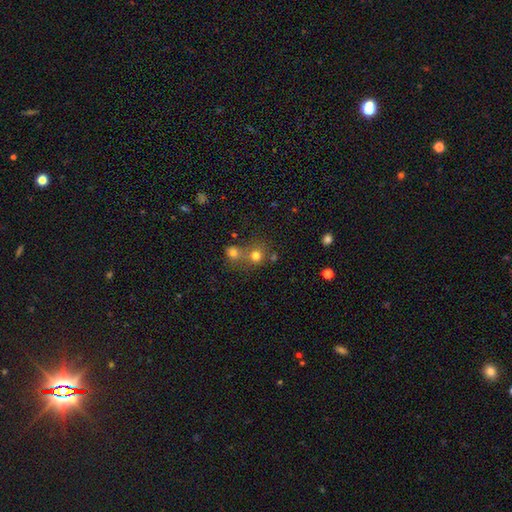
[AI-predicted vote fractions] Overall: smooth (72%). How rounded: round (83%). Merging: none (46%; merger 43%).